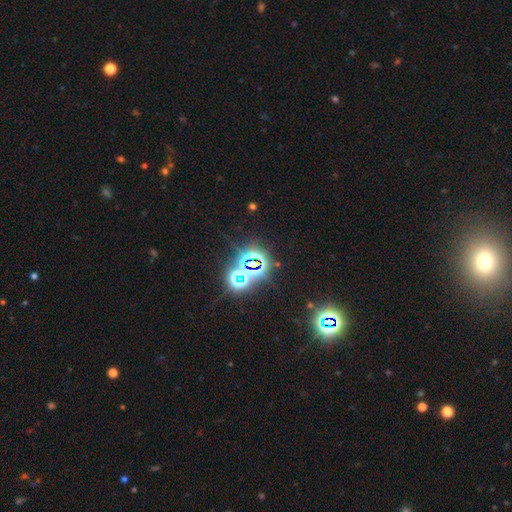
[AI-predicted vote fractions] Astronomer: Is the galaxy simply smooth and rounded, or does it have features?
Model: star or artifact — 79%.